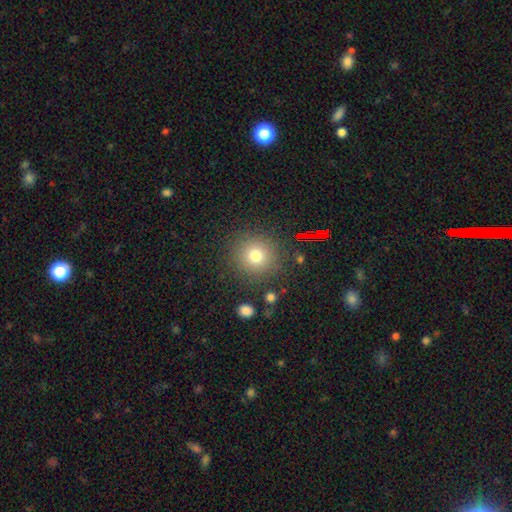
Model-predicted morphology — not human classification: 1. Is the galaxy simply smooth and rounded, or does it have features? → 74% smooth, 16% star or artifact, 9% featured or disk.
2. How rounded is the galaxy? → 94% round, 5% in between, 1% cigar-shaped.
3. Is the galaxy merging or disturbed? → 86% none, 8% minor disturbance, 4% major disturbance, 2% merger.